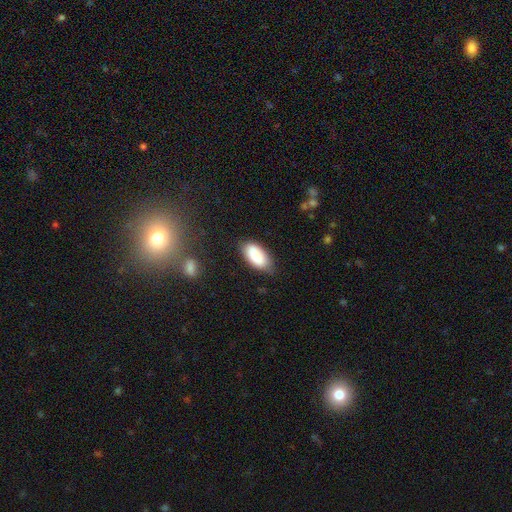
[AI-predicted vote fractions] Overall: smooth (86%). How rounded: in between (92%). Merging: none (72%).